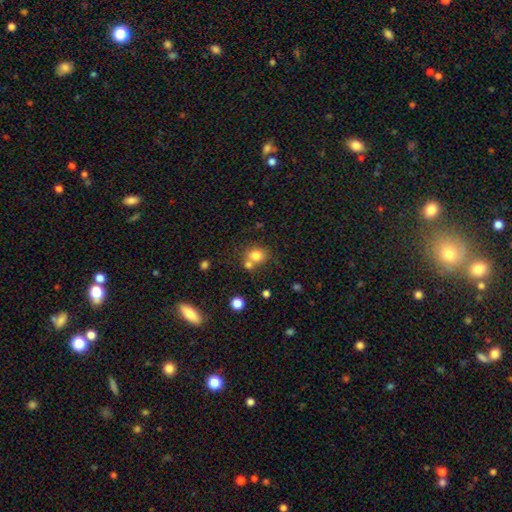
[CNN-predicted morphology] This is likely a smooth galaxy (78%). How rounded: likely round (71%). Merging: possibly none (53%).